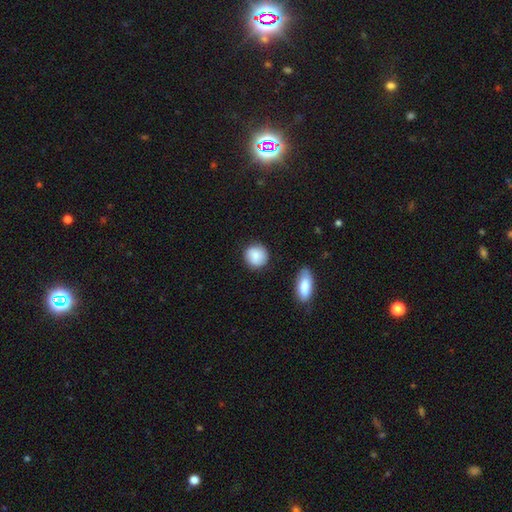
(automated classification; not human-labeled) Morphology: type=smooth (84%); roundness=round (89%); merging=none (84%).